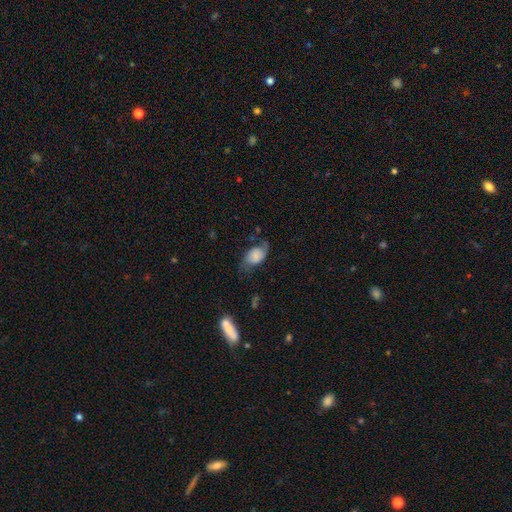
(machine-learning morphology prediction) Smooth or featured? Predicted: smooth (p=0.49). Merging? Predicted: none (p=0.51).